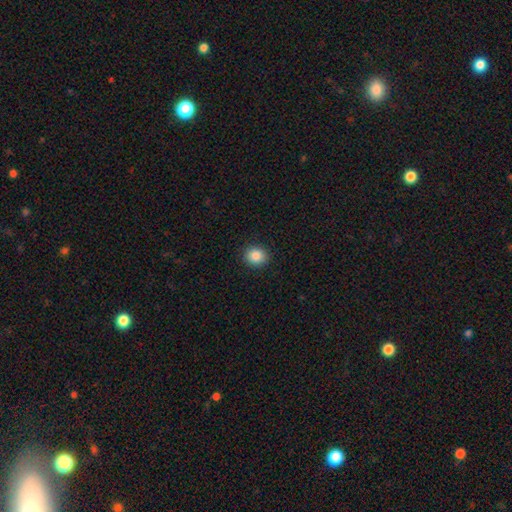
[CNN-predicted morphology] A smooth galaxy with no disk features (86%) that is round (76%). Merging: none (91%).